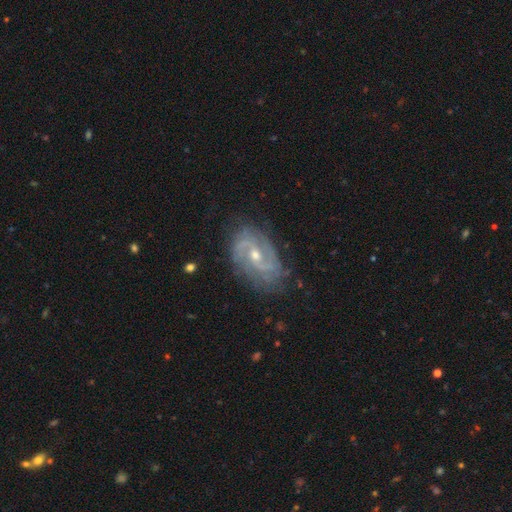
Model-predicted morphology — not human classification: smooth-or-featured: featured or disk: 86% | star or artifact: 7% | smooth: 6%
  disk-edge-on: no: 96% | yes: 4%
    bar: weak: 48% | no: 34% | strong: 18%
    has-spiral-arms: yes: 96% | no: 4%
      spiral-winding: medium: 43% | tight: 39% | loose: 17%
      spiral-arm-count: 2: 63% | can't tell: 15% | 3: 11% | 4: 4% | 1: 4% | more than 4: 3%
    bulge-size: moderate: 52% | small: 44% | large: 2% | none: 1% | dominant: 1%
  merging: none: 77% | minor disturbance: 17% | major disturbance: 5% | merger: 1%